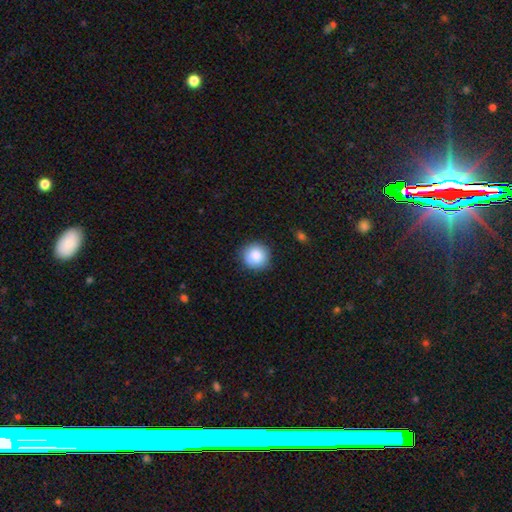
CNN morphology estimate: Smooth or featured?
  - smooth: 86% *
  - star or artifact: 8%
  - featured or disk: 6%
How rounded?
  - round: 94% *
  - in between: 5%
  - cigar-shaped: 1%
Merging?
  - none: 88% *
  - minor disturbance: 9%
  - major disturbance: 2%
  - merger: 1%